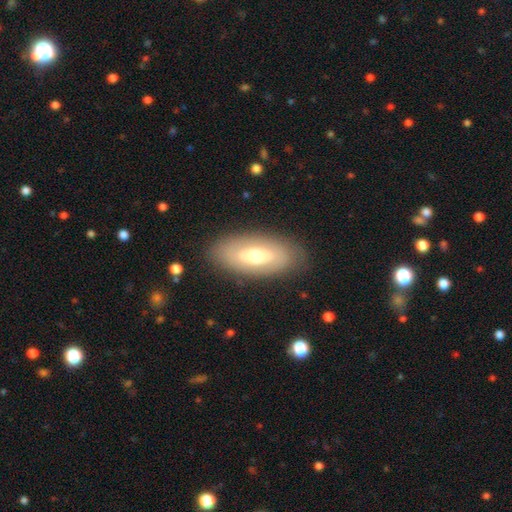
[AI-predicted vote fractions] A featured or disk galaxy (48%). Merging: none (84%).